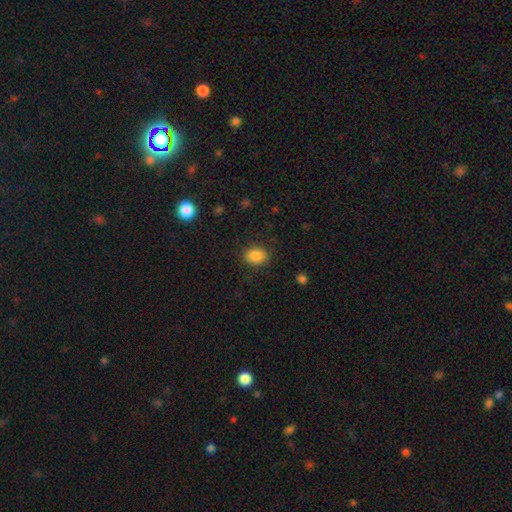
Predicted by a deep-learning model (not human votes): Smooth or featured: smooth — 86% (star or artifact — 10%)
How rounded: in between — 55% (round — 44%)
Merging: none — 85% (minor disturbance — 10%)